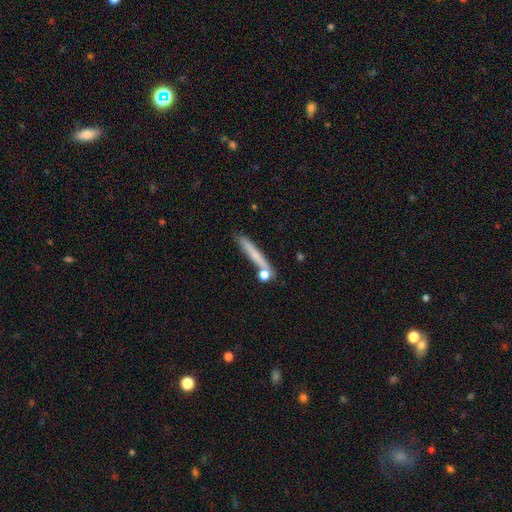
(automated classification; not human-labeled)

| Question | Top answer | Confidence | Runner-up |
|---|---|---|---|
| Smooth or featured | smooth | 62% | featured or disk (29%) |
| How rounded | cigar-shaped | 91% | in between (5%) |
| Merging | none | 72% | minor disturbance (13%) |